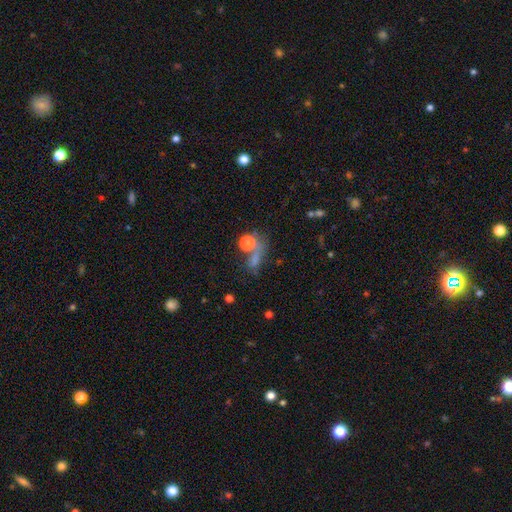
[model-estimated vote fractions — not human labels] Smooth or featured? smooth (55%)
How rounded? round (55%)
Merging? none (45%)